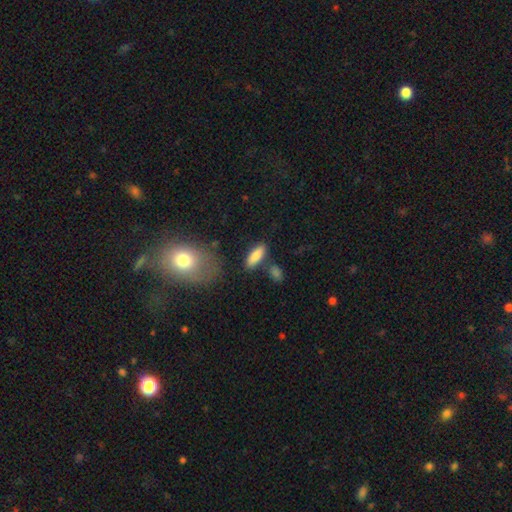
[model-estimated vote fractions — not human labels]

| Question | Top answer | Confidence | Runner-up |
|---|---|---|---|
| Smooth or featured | smooth | 81% | featured or disk (12%) |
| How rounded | in between | 64% | cigar-shaped (33%) |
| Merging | none | 76% | minor disturbance (12%) |